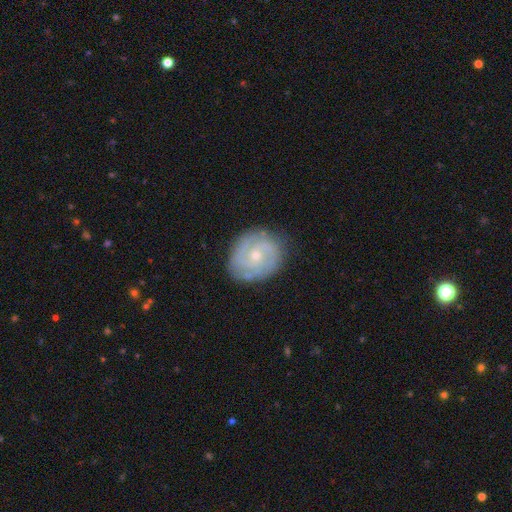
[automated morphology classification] A featured or disk galaxy (82%) with no bar (69%), 2 (50%) tight (61%) spiral arms (95%) and a small central bulge (69%).

Vote fractions:
- Smooth or featured? featured or disk: 82% / smooth: 12% / star or artifact: 6%
- Edge-on disk? no: 98% / yes: 2%
- Bar? no: 69% / weak: 26% / strong: 4%
- Spiral arms? yes: 95% / no: 5%
- Spiral winding? tight: 61% / medium: 32% / loose: 7%
- Spiral arm count? 2: 50% / 3: 20% / can't tell: 18% / 4: 5% / 1: 4% / more than 4: 4%
- Bulge size? small: 69% / moderate: 27% / none: 1% / large: 1% / dominant: 1%
- Merging? none: 82% / minor disturbance: 13% / major disturbance: 3% / merger: 1%